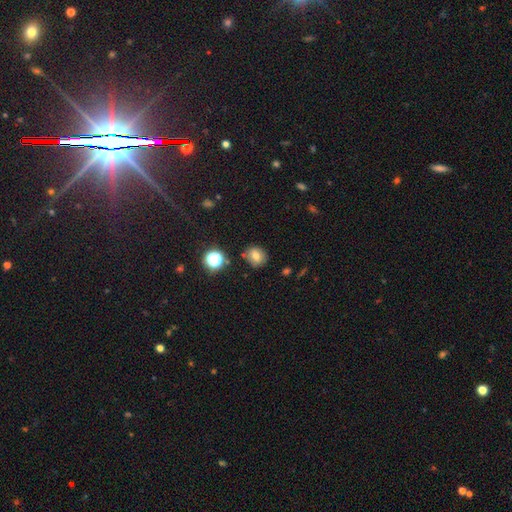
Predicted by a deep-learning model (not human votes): A smooth galaxy with no disk features (71%) that is round (75%). Merging: none (82%).